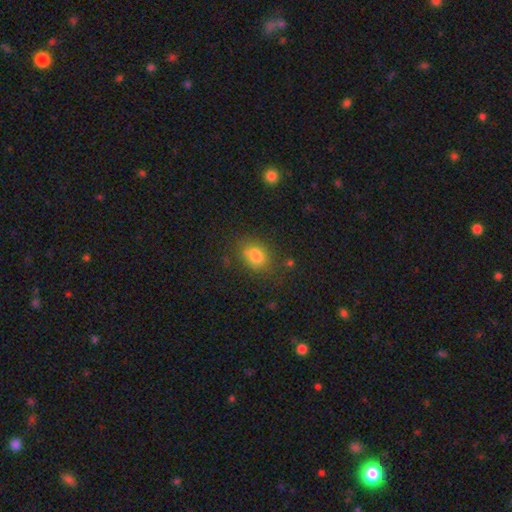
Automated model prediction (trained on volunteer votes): Smooth or featured?
  - smooth: 79% *
  - star or artifact: 12%
  - featured or disk: 10%
How rounded?
  - in between: 59% *
  - round: 40%
  - cigar-shaped: 1%
Merging?
  - none: 65% *
  - minor disturbance: 20%
  - merger: 8%
  - major disturbance: 7%